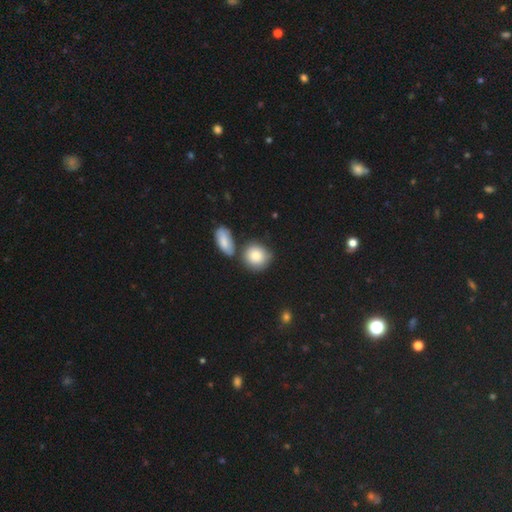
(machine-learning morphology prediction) Smooth or featured?
  - smooth: 82% *
  - featured or disk: 10%
  - star or artifact: 7%
How rounded?
  - round: 77% *
  - in between: 21%
  - cigar-shaped: 1%
Merging?
  - none: 61% *
  - merger: 18%
  - minor disturbance: 16%
  - major disturbance: 4%